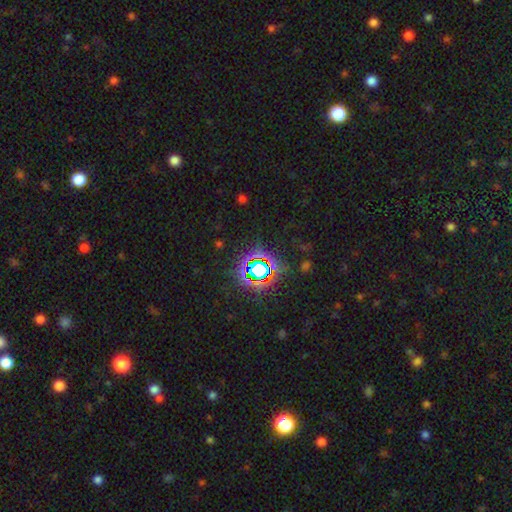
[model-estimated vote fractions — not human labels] Smooth or featured?
  - star or artifact: 77% *
  - smooth: 16%
  - featured or disk: 7%